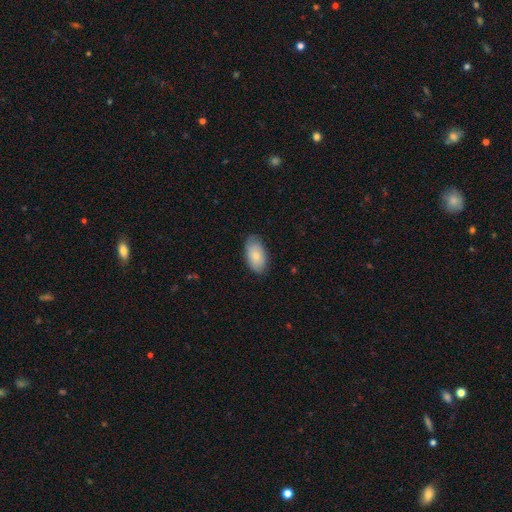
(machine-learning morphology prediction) smooth-or-featured: smooth: 81% | featured or disk: 13% | star or artifact: 6%
  how-rounded: in between: 95% | round: 3% | cigar-shaped: 2%
  merging: none: 78% | minor disturbance: 18% | major disturbance: 3% | merger: 1%